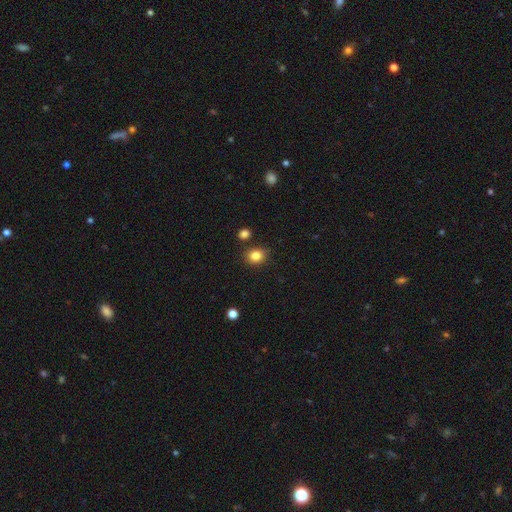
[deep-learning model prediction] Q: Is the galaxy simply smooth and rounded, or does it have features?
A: smooth — 84%.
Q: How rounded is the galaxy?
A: round — 66%.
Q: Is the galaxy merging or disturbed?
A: none — 83%.